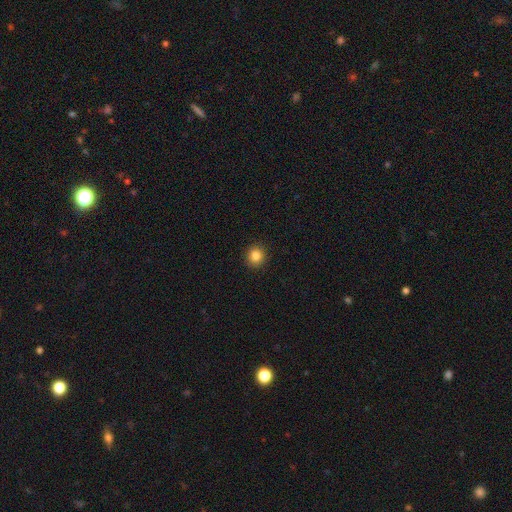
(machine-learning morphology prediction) Smooth or featured? smooth (85%)
How rounded? round (90%)
Merging? none (92%)